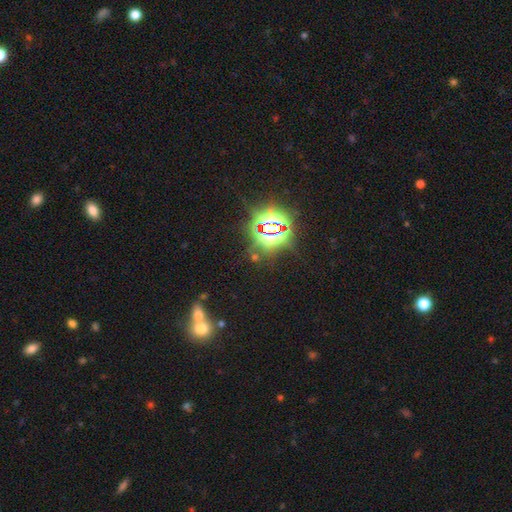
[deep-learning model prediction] Smooth or featured: star or artifact — 77% (smooth — 14%)